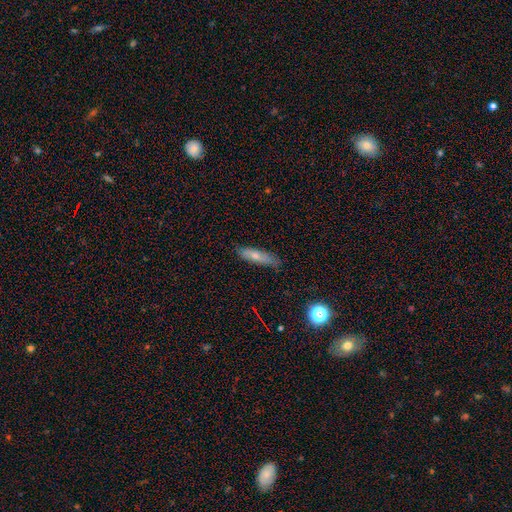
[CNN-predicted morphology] Q: Smooth or featured?
A: smooth (65%); runner-up: featured or disk (27%)
Q: How rounded?
A: cigar-shaped (66%); runner-up: in between (32%)
Q: Merging?
A: none (77%); runner-up: minor disturbance (18%)